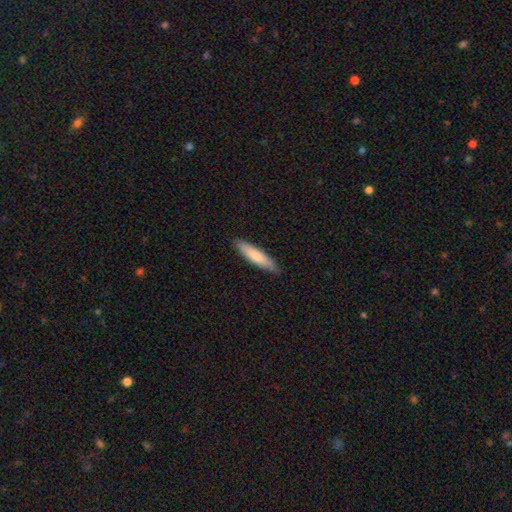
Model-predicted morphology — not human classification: A smooth galaxy with no disk features (75%) that is cigar-shaped (80%). Merging: none (89%).